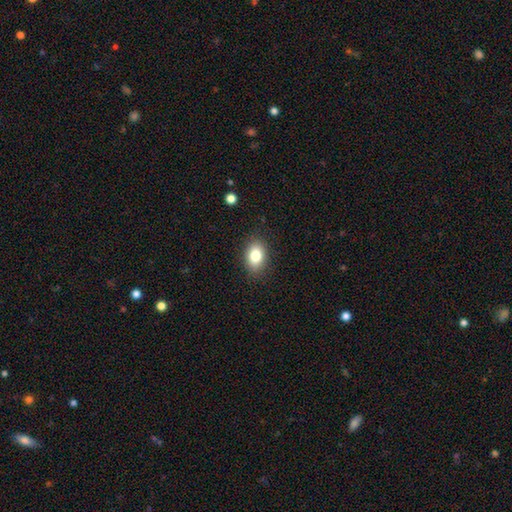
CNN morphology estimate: Smooth or featured?
  - smooth: 81% *
  - featured or disk: 10%
  - star or artifact: 9%
How rounded?
  - in between: 80% *
  - round: 19%
  - cigar-shaped: 1%
Merging?
  - none: 87% *
  - minor disturbance: 10%
  - major disturbance: 3%
  - merger: 1%